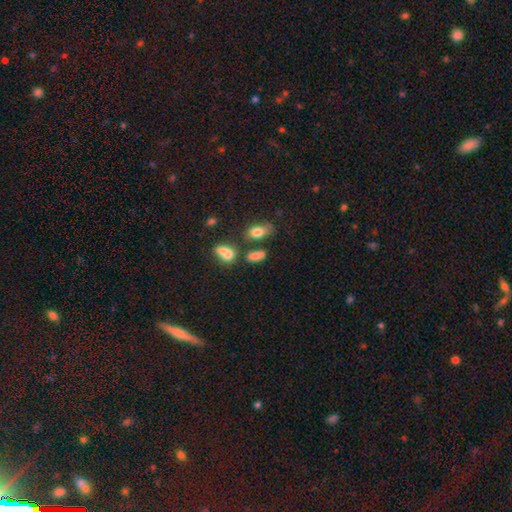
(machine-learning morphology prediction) Smooth or featured?
  - smooth: 76% *
  - star or artifact: 13%
  - featured or disk: 10%
How rounded?
  - in between: 78% *
  - round: 11%
  - cigar-shaped: 11%
Merging?
  - none: 52% *
  - merger: 23%
  - minor disturbance: 17%
  - major disturbance: 8%